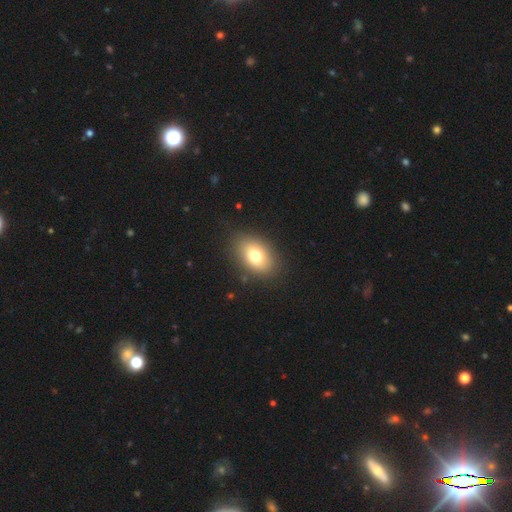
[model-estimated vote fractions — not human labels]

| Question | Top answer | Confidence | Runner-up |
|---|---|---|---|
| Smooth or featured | smooth | 75% | featured or disk (15%) |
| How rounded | in between | 81% | round (17%) |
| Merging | none | 86% | minor disturbance (10%) |